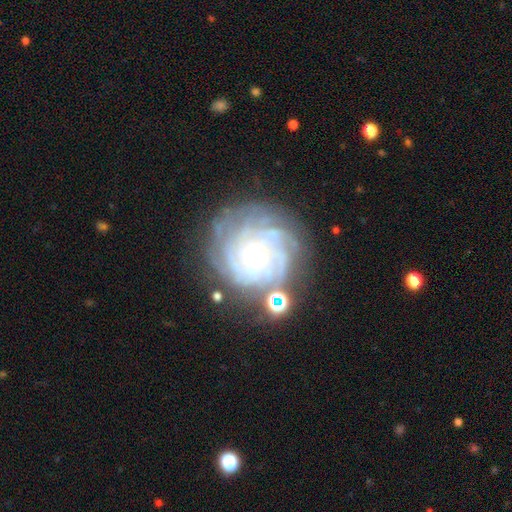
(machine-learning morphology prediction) type=featured or disk (83%); edge-on=no (97%); bar=no (77%); spiral arms=yes (94%); winding=tight (79%); arm count=can't tell (36%); bulge=moderate (63%); merging=none (71%).